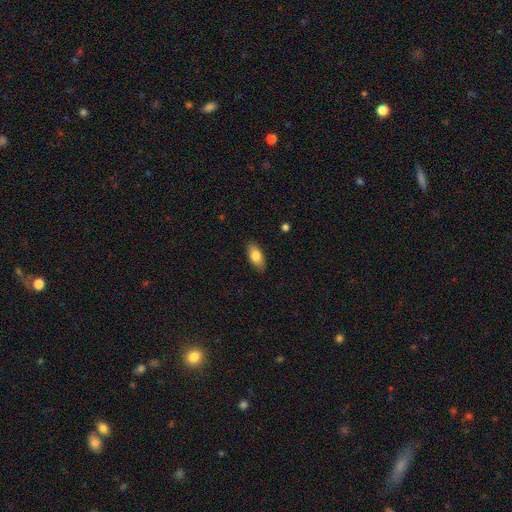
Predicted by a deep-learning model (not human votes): smooth 82%, featured or disk 12%, star or artifact 6%. Down the decision tree: how rounded — in between (89%); merging — none (87%).